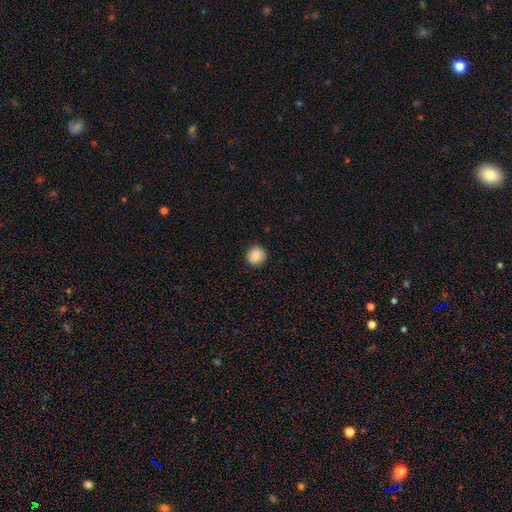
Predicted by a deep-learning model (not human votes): Smooth or featured? smooth (88%)
How rounded? round (94%)
Merging? none (92%)